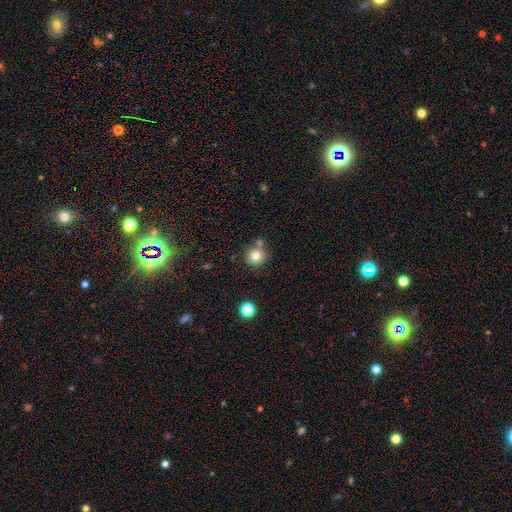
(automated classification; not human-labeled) The model was most divided on "merging": none: 73%, merger: 16%, minor disturbance: 9%, major disturbance: 2%. More confident: how rounded — round (93%); smooth or featured — smooth (80%).